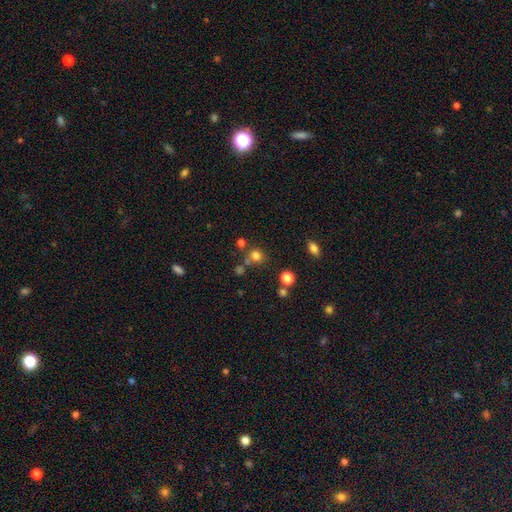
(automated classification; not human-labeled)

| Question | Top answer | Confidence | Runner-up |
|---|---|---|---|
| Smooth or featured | smooth | 75% | star or artifact (17%) |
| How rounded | round | 87% | in between (12%) |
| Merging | none | 67% | merger (18%) |